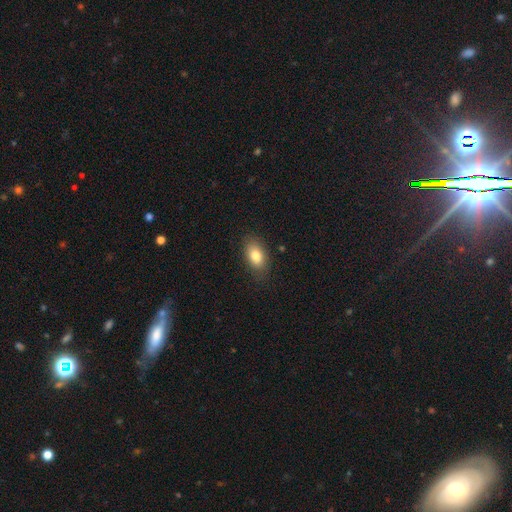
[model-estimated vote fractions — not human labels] A smooth galaxy with no disk features (81%) that is in between round and cigar-shaped (89%).

Vote fractions:
- Smooth or featured? smooth: 81% / featured or disk: 11% / star or artifact: 8%
- How rounded? in between: 89% / round: 9% / cigar-shaped: 2%
- Merging? none: 84% / minor disturbance: 12% / major disturbance: 3% / merger: 1%